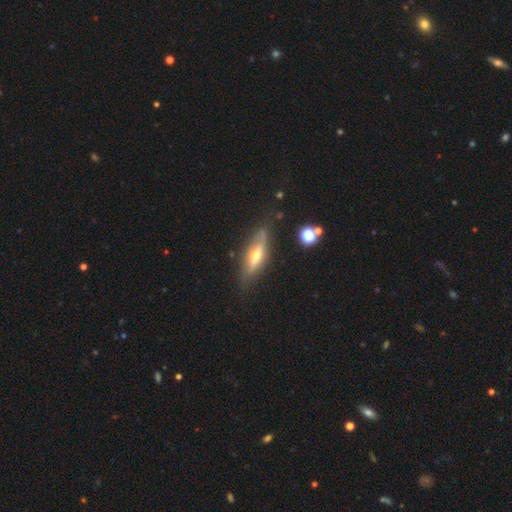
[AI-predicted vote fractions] Morphology: type=featured or disk (62%); edge-on=yes (81%); edge-on bulge=rounded (87%); merging=none (76%).